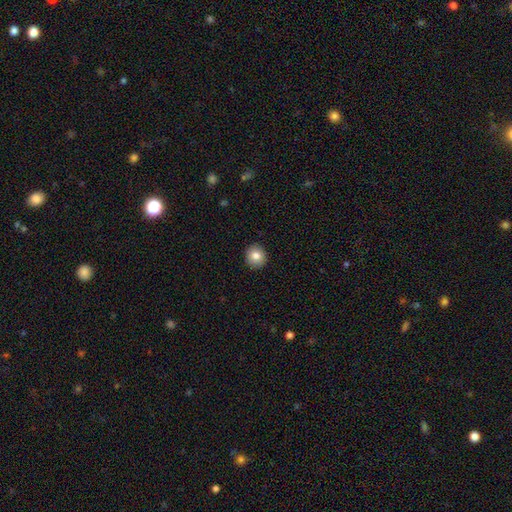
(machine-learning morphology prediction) Smooth or featured?
  - smooth: 82% *
  - featured or disk: 9%
  - star or artifact: 9%
How rounded?
  - round: 87% *
  - in between: 12%
  - cigar-shaped: 1%
Merging?
  - none: 91% *
  - minor disturbance: 6%
  - major disturbance: 2%
  - merger: 1%